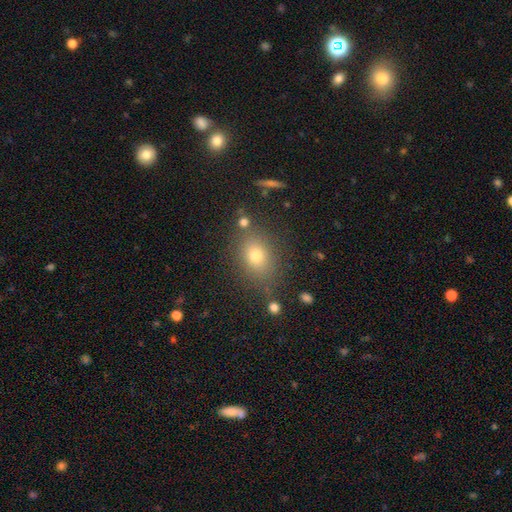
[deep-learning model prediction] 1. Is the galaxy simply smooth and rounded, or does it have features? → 72% smooth, 16% star or artifact, 12% featured or disk.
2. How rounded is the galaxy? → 59% in between, 40% round, 2% cigar-shaped.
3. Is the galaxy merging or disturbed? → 78% none, 13% minor disturbance, 5% merger, 5% major disturbance.